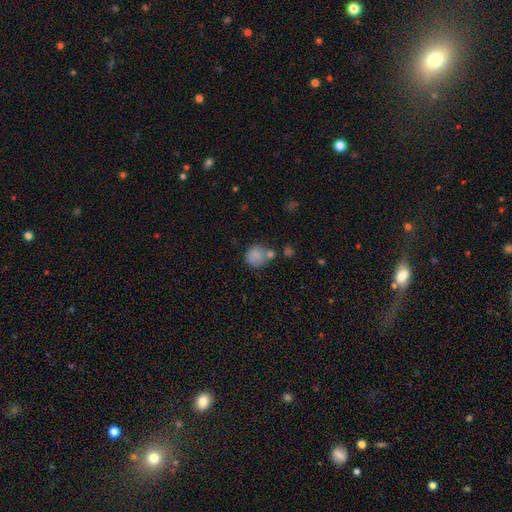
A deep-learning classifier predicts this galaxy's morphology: Smooth or featured?
  - smooth: 82% *
  - star or artifact: 9%
  - featured or disk: 8%
How rounded?
  - round: 85% *
  - in between: 14%
  - cigar-shaped: 1%
Merging?
  - none: 53% *
  - merger: 24%
  - minor disturbance: 16%
  - major disturbance: 6%